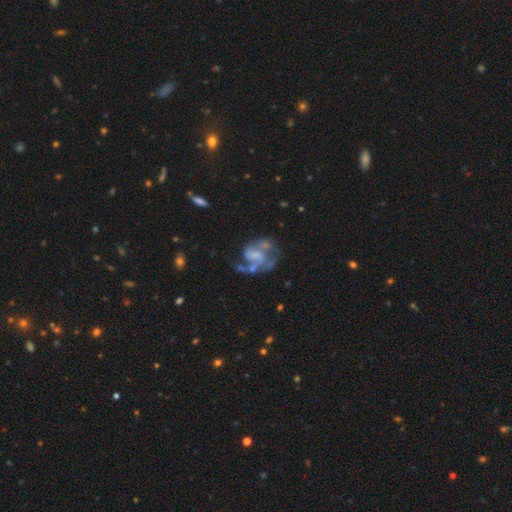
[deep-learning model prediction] A featured or disk galaxy (72%) with no bar (58%), spiral arms (70%) and no central bulge (51%).

Vote fractions:
- Smooth or featured? featured or disk: 72% / smooth: 19% / star or artifact: 10%
- Edge-on disk? no: 98% / yes: 2%
- Bar? no: 58% / weak: 33% / strong: 9%
- Spiral arms? yes: 70% / no: 30%
- Bulge size? none: 51% / small: 25% / moderate: 17% / large: 5% / dominant: 2%
- Merging? major disturbance: 39% / none: 32% / minor disturbance: 18% / merger: 11%